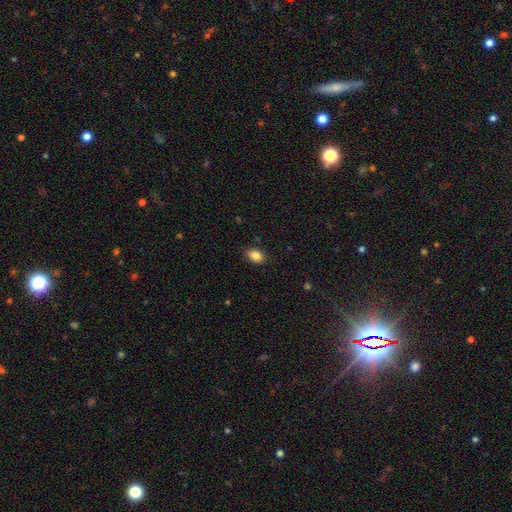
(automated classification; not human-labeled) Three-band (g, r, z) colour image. It shows a smooth galaxy with no disk features (85%) that is in between round and cigar-shaped (80%). Merging: none (86%).